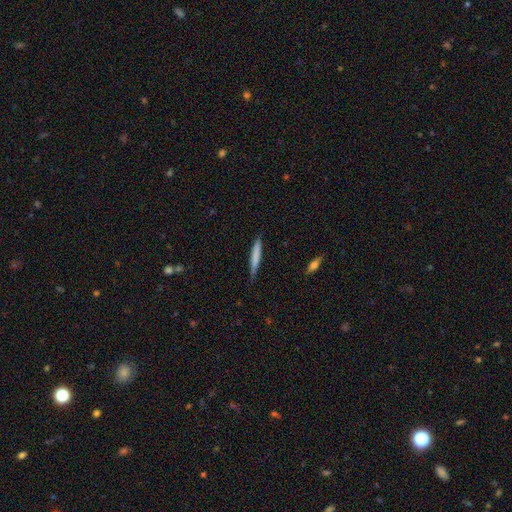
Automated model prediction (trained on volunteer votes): Q: Smooth or featured?
A: smooth (71%); runner-up: featured or disk (23%)
Q: How rounded?
A: cigar-shaped (94%); runner-up: in between (4%)
Q: Merging?
A: none (83%); runner-up: minor disturbance (14%)